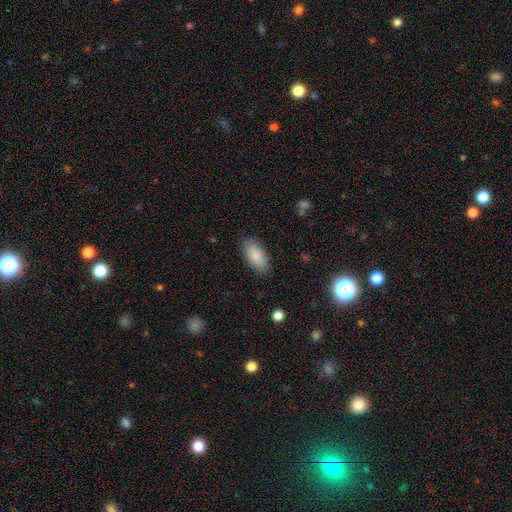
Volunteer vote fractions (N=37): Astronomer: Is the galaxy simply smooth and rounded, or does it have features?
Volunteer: smooth — 89%.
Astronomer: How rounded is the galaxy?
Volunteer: in between — 97%.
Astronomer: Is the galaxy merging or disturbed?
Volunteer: none — 72%.